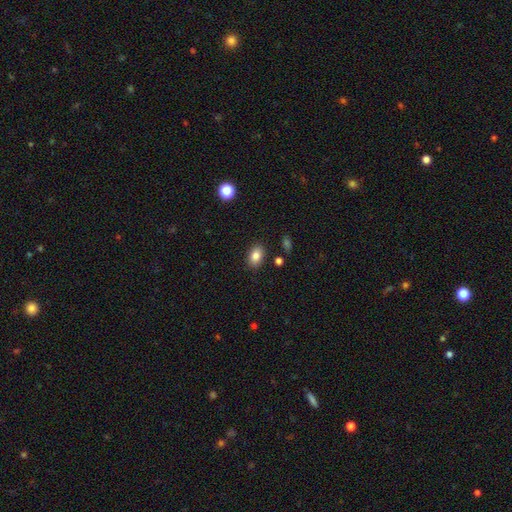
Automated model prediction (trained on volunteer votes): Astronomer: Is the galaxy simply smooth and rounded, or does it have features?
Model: smooth — 84%.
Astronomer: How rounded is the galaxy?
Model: in between — 83%.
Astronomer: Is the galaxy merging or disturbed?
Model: none — 86%.